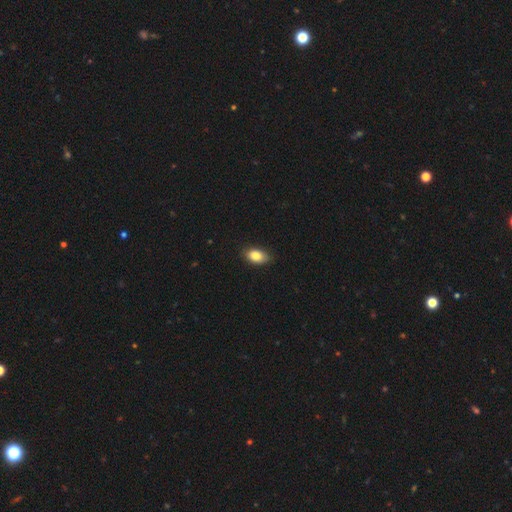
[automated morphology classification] Smooth or featured?
  - smooth: 85% *
  - star or artifact: 8%
  - featured or disk: 7%
How rounded?
  - in between: 89% *
  - round: 9%
  - cigar-shaped: 2%
Merging?
  - none: 83% *
  - minor disturbance: 14%
  - major disturbance: 2%
  - merger: 1%